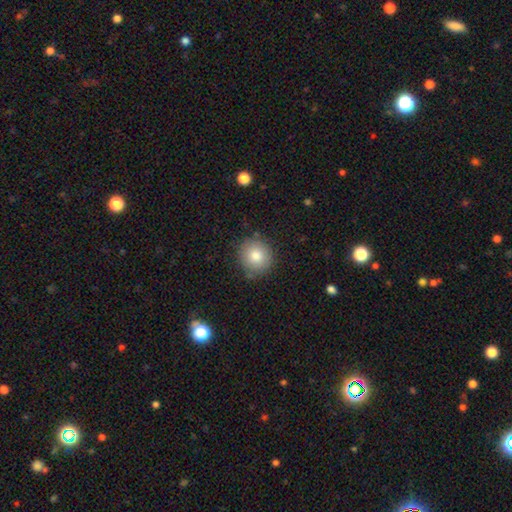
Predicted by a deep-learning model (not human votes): This appears to be a smooth galaxy with no disk features (81%) that is round (91%). Merging: none (84%).